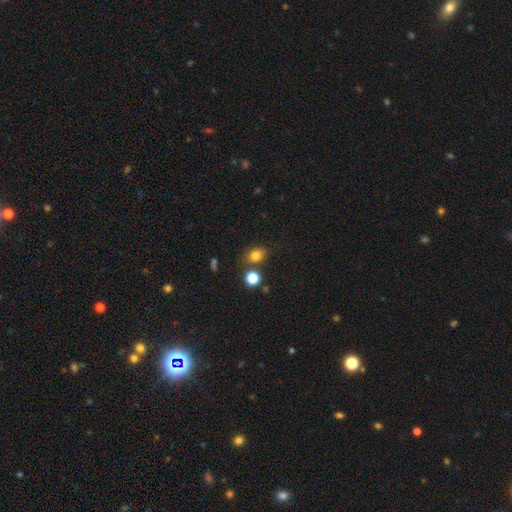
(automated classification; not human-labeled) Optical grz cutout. It shows a smooth galaxy with no disk features (80%) that is round (57%). Merging: none (74%).